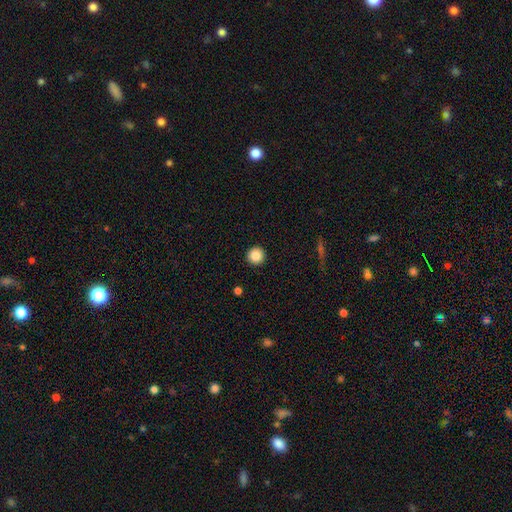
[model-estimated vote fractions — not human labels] A smooth galaxy with no disk features (86%) that is round (96%).

Vote fractions:
- Smooth or featured? smooth: 86% / star or artifact: 9% / featured or disk: 4%
- How rounded? round: 96% / in between: 3% / cigar-shaped: 1%
- Merging? none: 93% / minor disturbance: 4% / major disturbance: 1% / merger: 1%